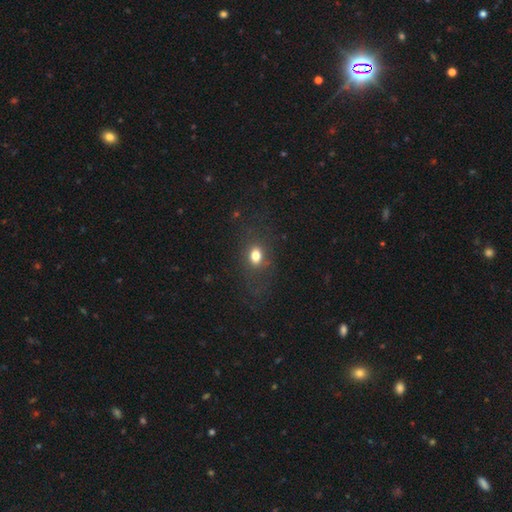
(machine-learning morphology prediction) smooth_or_featured: smooth (p=0.75) [alt: star or artifact p=0.14]
how_rounded: in between (p=0.65) [alt: round p=0.33]
merging: none (p=0.74) [alt: minor disturbance p=0.14]